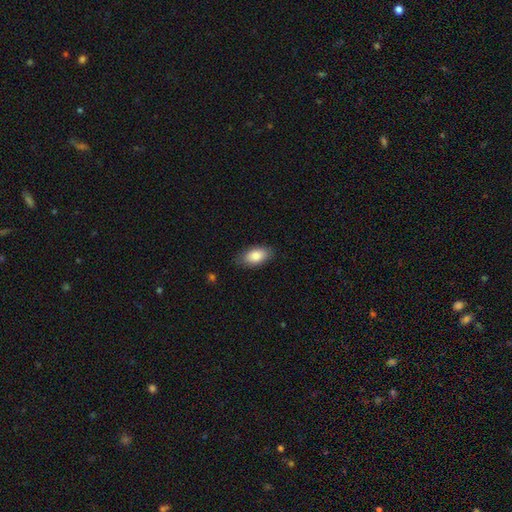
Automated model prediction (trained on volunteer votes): smooth-or-featured: smooth: 84% | featured or disk: 10% | star or artifact: 7%
  how-rounded: in between: 92% | round: 4% | cigar-shaped: 4%
  merging: none: 83% | minor disturbance: 14% | major disturbance: 3% | merger: 1%